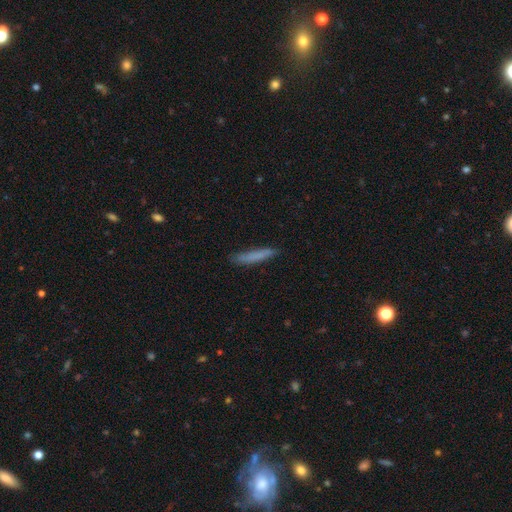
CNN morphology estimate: The model was most divided on "smooth or featured": smooth: 76%, featured or disk: 18%, star or artifact: 7%. More confident: how rounded — cigar-shaped (93%); merging — none (83%).